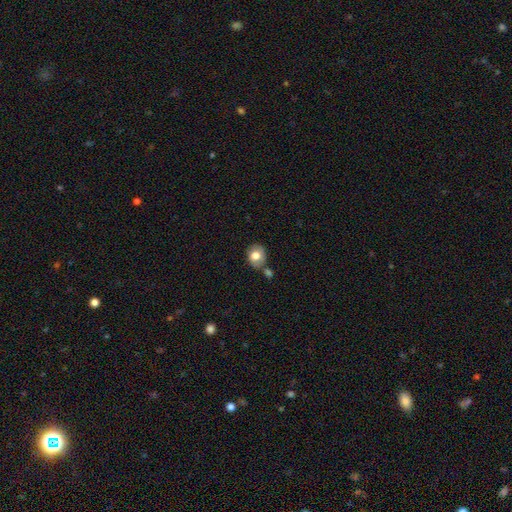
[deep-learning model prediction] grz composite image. It shows a smooth galaxy with no disk features (75%) that is round (67%). Merging: none (61%).